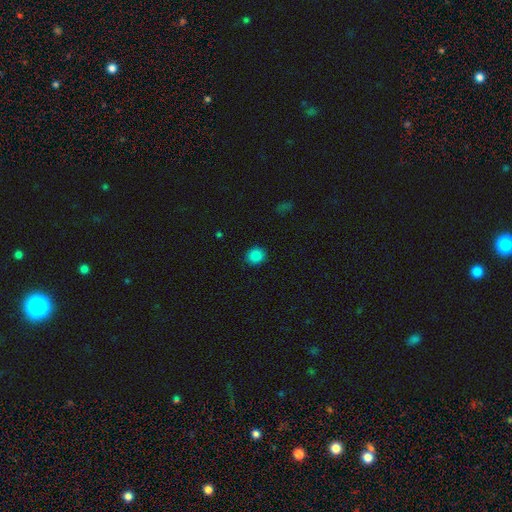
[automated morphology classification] Q: Smooth or featured?
A: smooth (86%); runner-up: star or artifact (11%)
Q: How rounded?
A: round (81%); runner-up: in between (18%)
Q: Merging?
A: none (89%); runner-up: minor disturbance (7%)